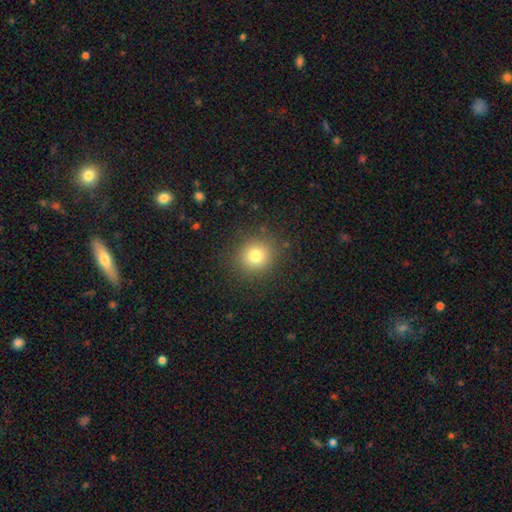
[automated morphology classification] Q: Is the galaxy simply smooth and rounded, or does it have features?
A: smooth — 78%.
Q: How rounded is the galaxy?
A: round — 88%.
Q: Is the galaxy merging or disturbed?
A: none — 88%.